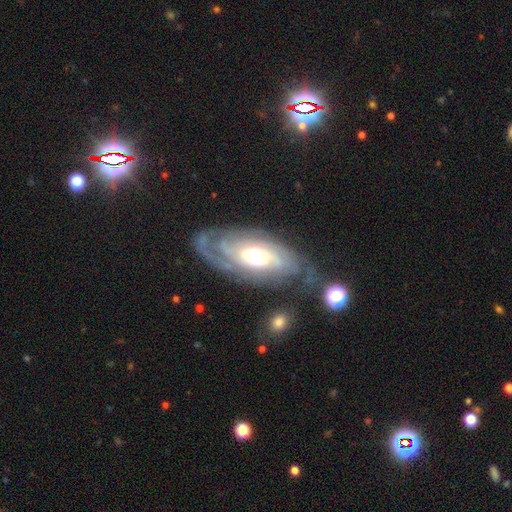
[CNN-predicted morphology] Overall: featured or disk (84%). Edge-on disk: no (92%). Bar: no (61%; weak 28%). Spiral arms: yes (92%). Spiral arm count: 2 (36%; can't tell 32%). Spiral winding: tight (57%; medium 33%). Bulge size: moderate (58%; large 32%). Merging: none (64%).